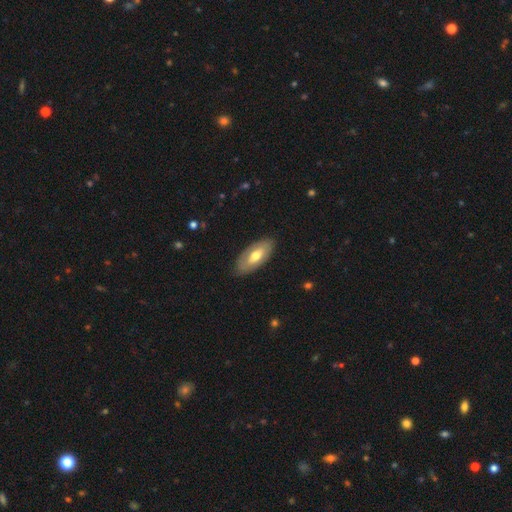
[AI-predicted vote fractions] A smooth galaxy with no disk features (53%) that is in between round and cigar-shaped (88%). Merging: none (84%).